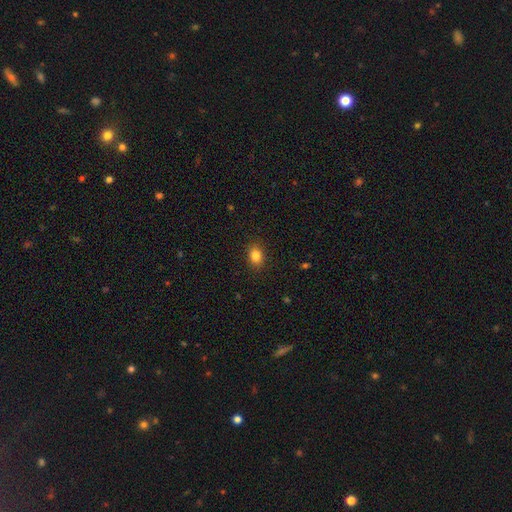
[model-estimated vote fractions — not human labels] Morphology: type=smooth (84%); roundness=in between (64%); merging=none (88%).